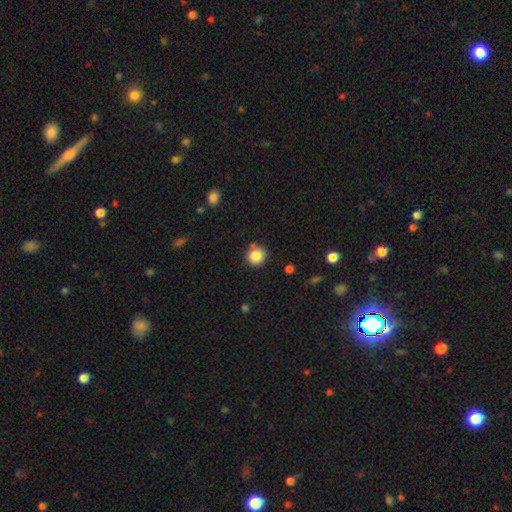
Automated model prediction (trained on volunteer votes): Smooth or featured? smooth (86%)
How rounded? round (92%)
Merging? none (81%)